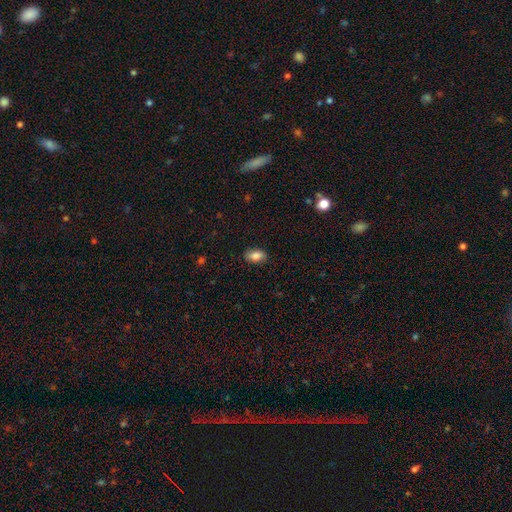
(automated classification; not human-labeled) This appears to be a smooth galaxy with no disk features (85%) that is in between round and cigar-shaped (91%). Merging: none (85%).